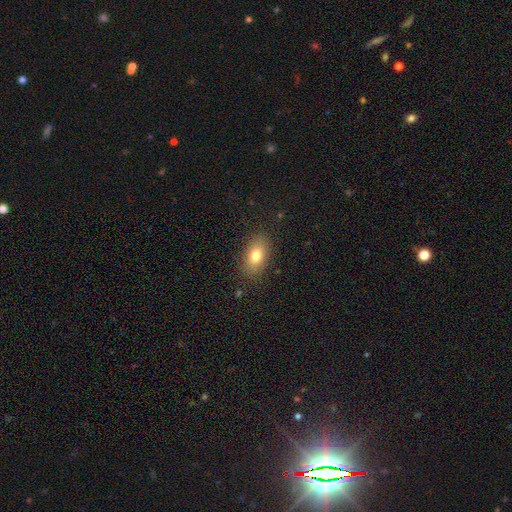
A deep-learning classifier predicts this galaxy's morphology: Smooth or featured?
  - smooth: 78% *
  - featured or disk: 13%
  - star or artifact: 9%
How rounded?
  - in between: 86% *
  - round: 10%
  - cigar-shaped: 4%
Merging?
  - none: 86% *
  - minor disturbance: 10%
  - major disturbance: 3%
  - merger: 1%